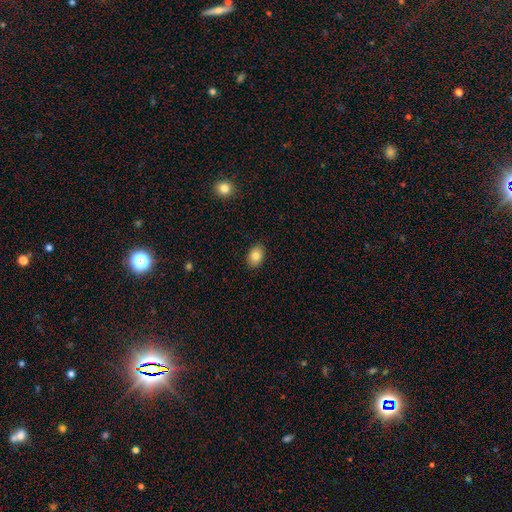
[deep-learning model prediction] Overall: smooth (84%). How rounded: in between (81%). Merging: none (88%).